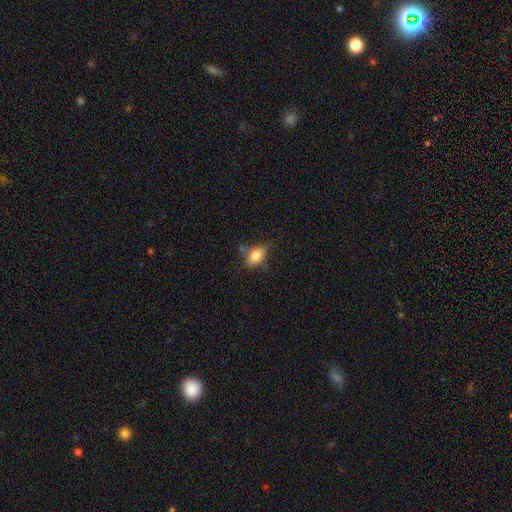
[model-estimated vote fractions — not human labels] Smooth or featured: smooth — 79% (featured or disk — 12%)
How rounded: in between — 82% (round — 15%)
Merging: none — 50% (minor disturbance — 32%)